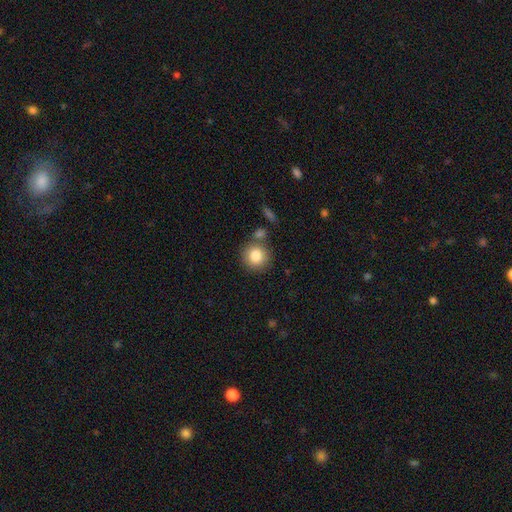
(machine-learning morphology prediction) Q: Smooth or featured?
A: smooth (83%); runner-up: star or artifact (9%)
Q: How rounded?
A: round (91%); runner-up: in between (8%)
Q: Merging?
A: none (75%); runner-up: merger (12%)